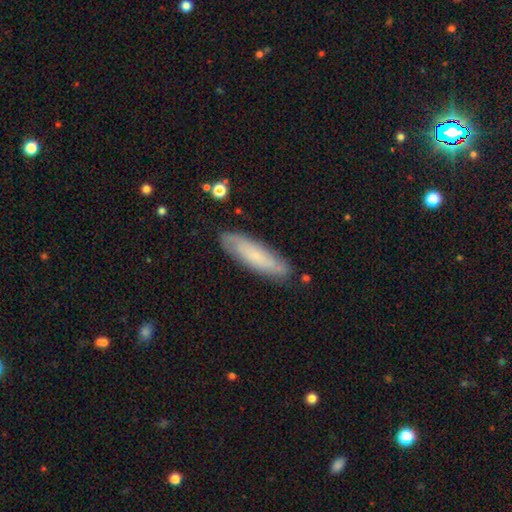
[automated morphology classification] smooth-or-featured: smooth: 52% | featured or disk: 40% | star or artifact: 8%
  how-rounded: cigar-shaped: 64% | in between: 35% | round: 2%
  merging: none: 83% | minor disturbance: 13% | major disturbance: 3% | merger: 2%